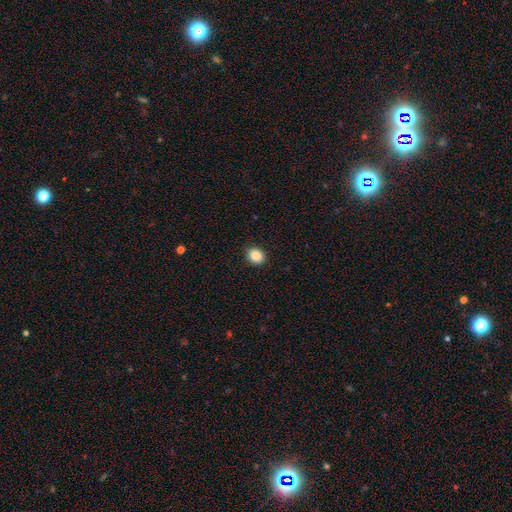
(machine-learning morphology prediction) Smooth or featured?
  - smooth: 87% *
  - star or artifact: 9%
  - featured or disk: 4%
How rounded?
  - round: 63% *
  - in between: 36%
  - cigar-shaped: 1%
Merging?
  - none: 90% *
  - minor disturbance: 7%
  - major disturbance: 2%
  - merger: 1%